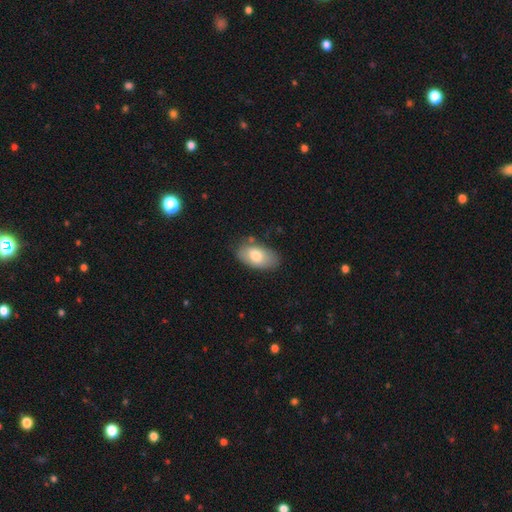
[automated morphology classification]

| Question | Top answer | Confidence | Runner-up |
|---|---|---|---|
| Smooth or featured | smooth | 76% | featured or disk (18%) |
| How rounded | in between | 93% | round (5%) |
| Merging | none | 75% | minor disturbance (18%) |